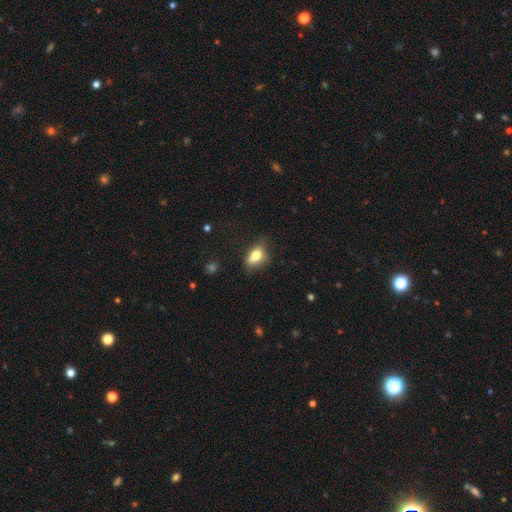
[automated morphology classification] smooth-or-featured: smooth: 80% | featured or disk: 12% | star or artifact: 8%
  how-rounded: in between: 85% | round: 10% | cigar-shaped: 5%
  merging: none: 65% | minor disturbance: 26% | major disturbance: 8% | merger: 2%